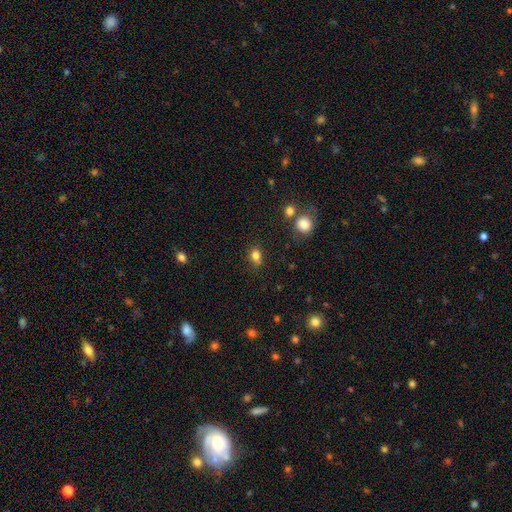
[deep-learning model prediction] Smooth or featured?
  - smooth: 81% *
  - star or artifact: 13%
  - featured or disk: 7%
How rounded?
  - in between: 50% *
  - round: 48%
  - cigar-shaped: 2%
Merging?
  - none: 67% *
  - minor disturbance: 19%
  - merger: 9%
  - major disturbance: 5%